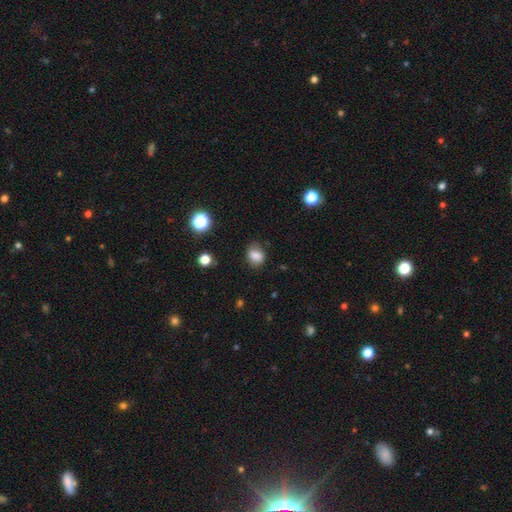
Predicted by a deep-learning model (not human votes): Smooth or featured? Predicted: smooth (p=0.81). How rounded? Predicted: in between (p=0.53). Merging? Predicted: none (p=0.72).